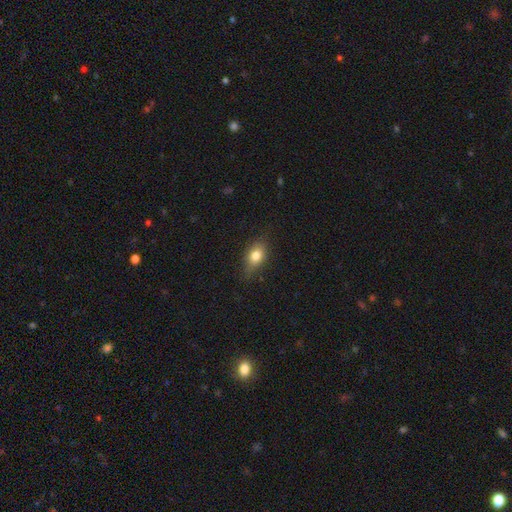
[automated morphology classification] Smooth or featured?
  - smooth: 78% *
  - featured or disk: 13%
  - star or artifact: 9%
How rounded?
  - in between: 77% *
  - round: 18%
  - cigar-shaped: 5%
Merging?
  - none: 74% *
  - minor disturbance: 20%
  - major disturbance: 4%
  - merger: 1%